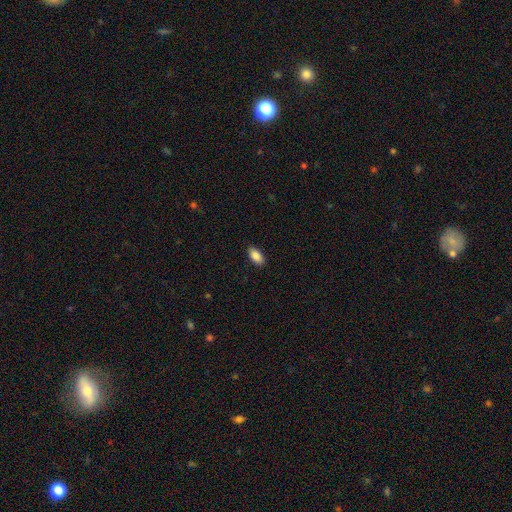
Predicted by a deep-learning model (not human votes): Smooth or featured: smooth — 88% (star or artifact — 7%)
How rounded: in between — 92% (cigar-shaped — 5%)
Merging: none — 88% (minor disturbance — 9%)